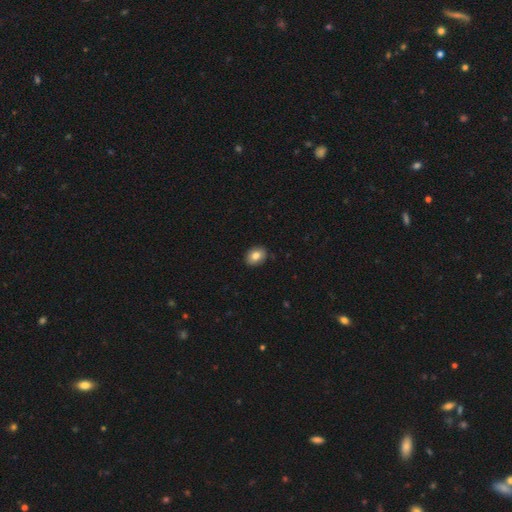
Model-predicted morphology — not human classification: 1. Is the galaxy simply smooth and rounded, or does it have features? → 82% smooth, 10% featured or disk, 8% star or artifact.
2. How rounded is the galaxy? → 64% in between, 35% round, 1% cigar-shaped.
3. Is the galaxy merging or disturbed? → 89% none, 8% minor disturbance, 2% major disturbance, 1% merger.